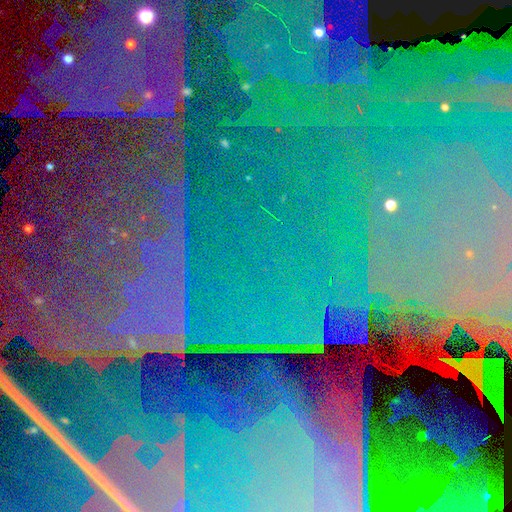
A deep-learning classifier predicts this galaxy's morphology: Q: Smooth or featured?
A: star or artifact (86%); runner-up: featured or disk (7%)